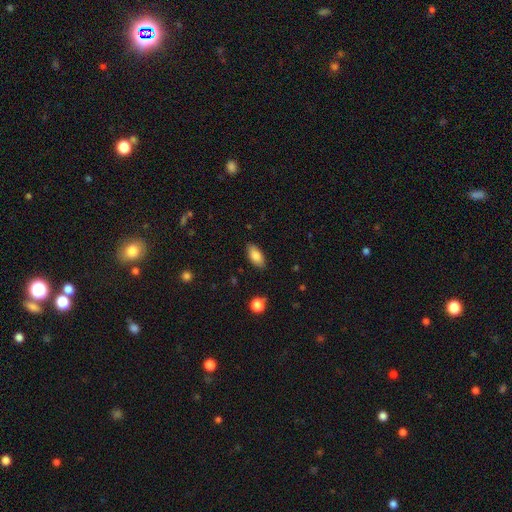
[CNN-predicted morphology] Overall: smooth (82%). How rounded: in between (89%). Merging: none (86%).